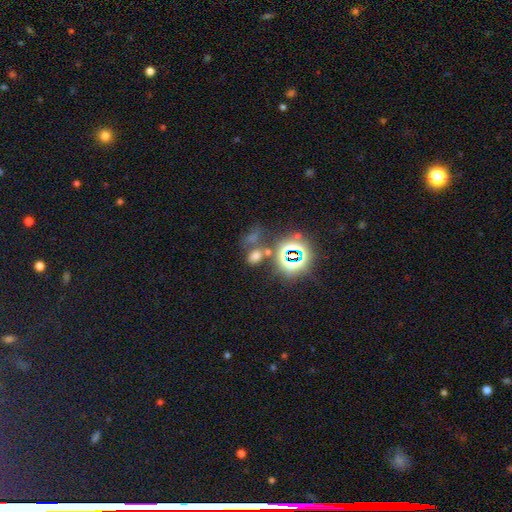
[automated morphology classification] Smooth or featured? smooth (55%)
How rounded? in between (69%)
Merging? none (57%)